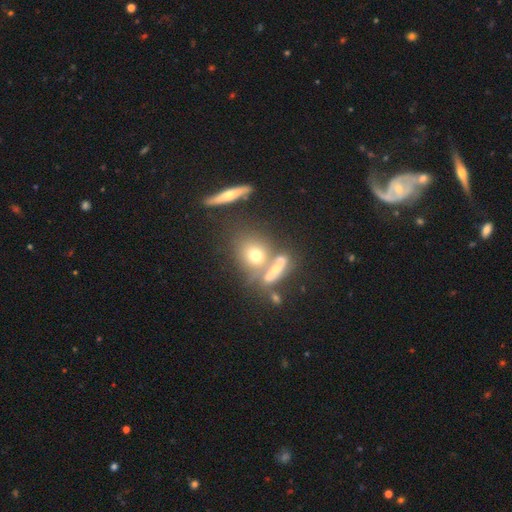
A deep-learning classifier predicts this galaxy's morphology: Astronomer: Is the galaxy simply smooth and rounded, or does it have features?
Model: smooth — 54% (runner-up: featured or disk, 30%).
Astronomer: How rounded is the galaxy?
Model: round — 60%.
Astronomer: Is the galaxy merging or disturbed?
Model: none — 51% (runner-up: merger, 33%).